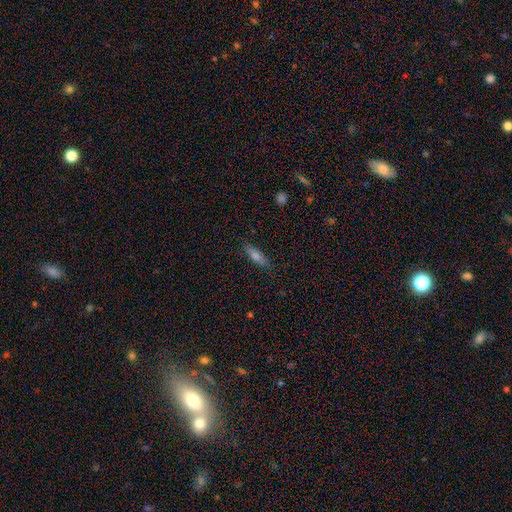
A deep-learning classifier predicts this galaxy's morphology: Overall: smooth (71%). How rounded: cigar-shaped (53%; in between 45%). Merging: none (83%).